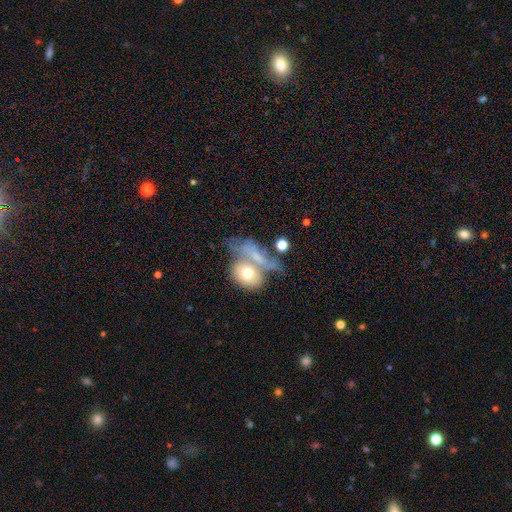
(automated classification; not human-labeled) smooth 48%, featured or disk 41%, star or artifact 12%. Down the decision tree: merging — merger (44%).